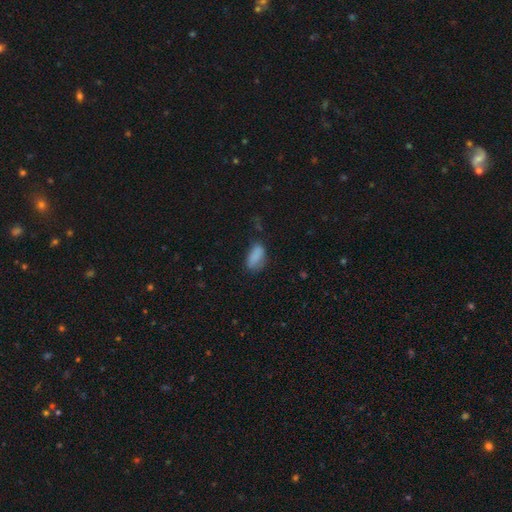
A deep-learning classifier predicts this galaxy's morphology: Smooth or featured? smooth (84%)
How rounded? in between (89%)
Merging? none (60%)